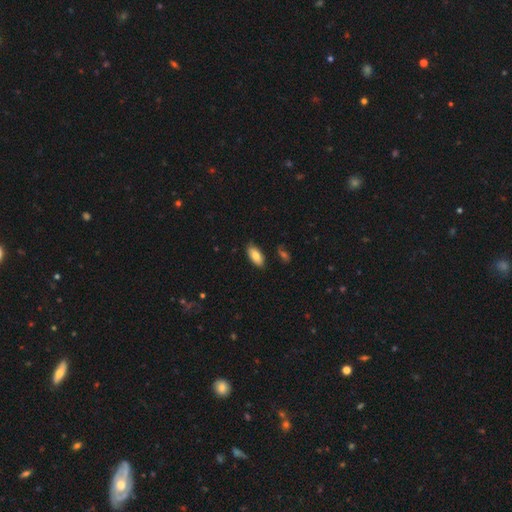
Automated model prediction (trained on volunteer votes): The model was most divided on "smooth or featured": smooth: 80%, featured or disk: 13%, star or artifact: 7%. More confident: how rounded — in between (89%); merging — none (83%).